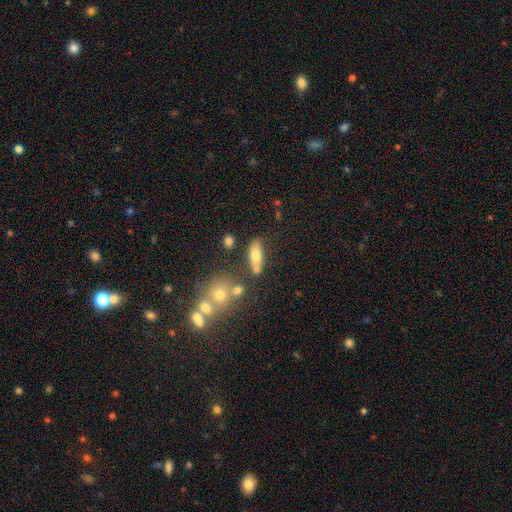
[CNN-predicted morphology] This appears to be a smooth galaxy with no disk features (71%) that is in between round and cigar-shaped (74%). Merging: none (59%).